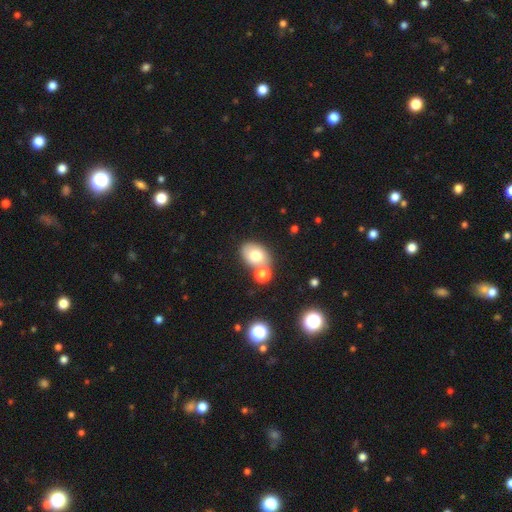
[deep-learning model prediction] smooth 72%, featured or disk 18%, star or artifact 10%. Down the decision tree: how rounded — in between (70%); merging — none (55%).